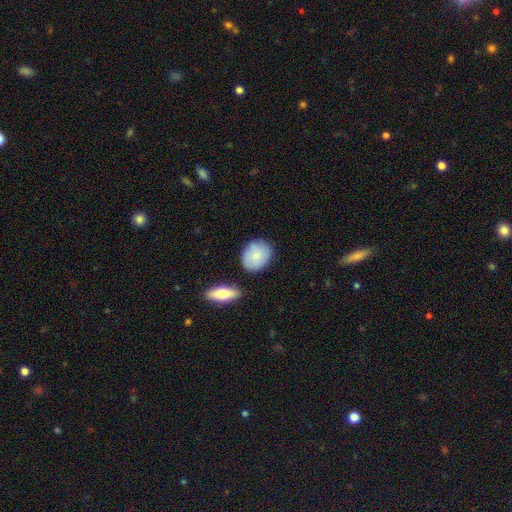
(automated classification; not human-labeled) This appears to be a smooth galaxy with no disk features (81%) that is round (49%, tied with in between). Merging: none (76%).